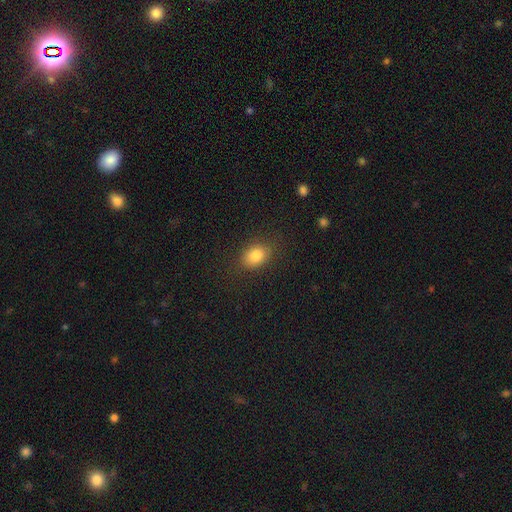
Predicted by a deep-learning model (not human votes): The model was most divided on "how rounded": in between: 68%, round: 31%, cigar-shaped: 1%. More confident: smooth or featured — smooth (83%); merging — none (82%).